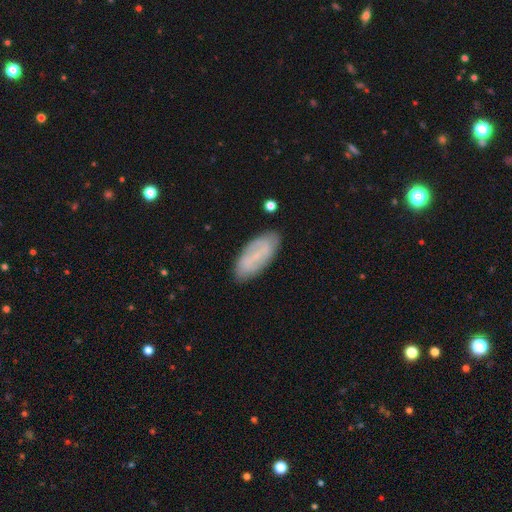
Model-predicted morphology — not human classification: A featured or disk galaxy (48%). Merging: none (81%).